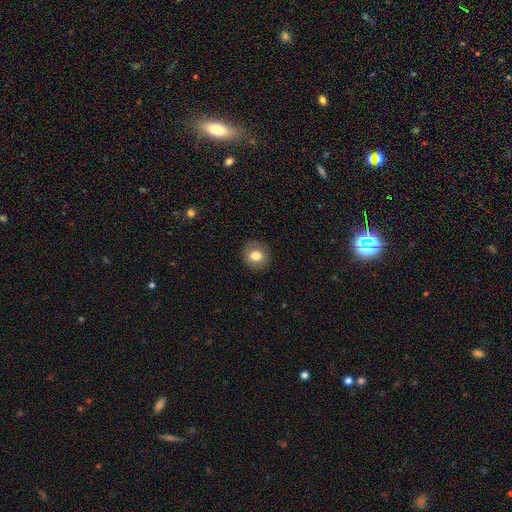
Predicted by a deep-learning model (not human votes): smooth_or_featured: smooth (p=0.79) [alt: featured or disk p=0.12]
how_rounded: round (p=0.87) [alt: in between p=0.12]
merging: none (p=0.89) [alt: minor disturbance p=0.08]